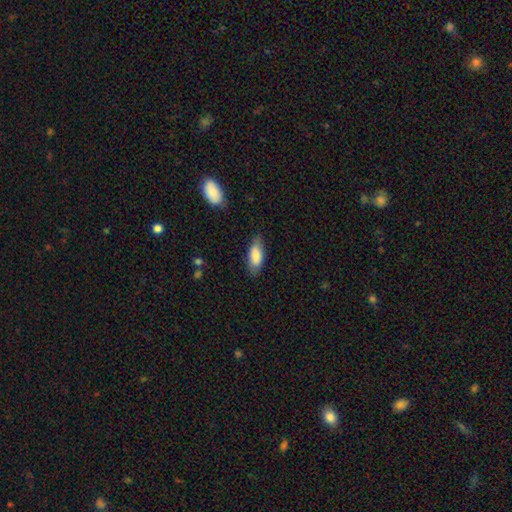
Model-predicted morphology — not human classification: Smooth or featured?
  - smooth: 82% *
  - featured or disk: 12%
  - star or artifact: 6%
How rounded?
  - in between: 81% *
  - cigar-shaped: 17%
  - round: 2%
Merging?
  - none: 77% *
  - minor disturbance: 18%
  - major disturbance: 4%
  - merger: 1%